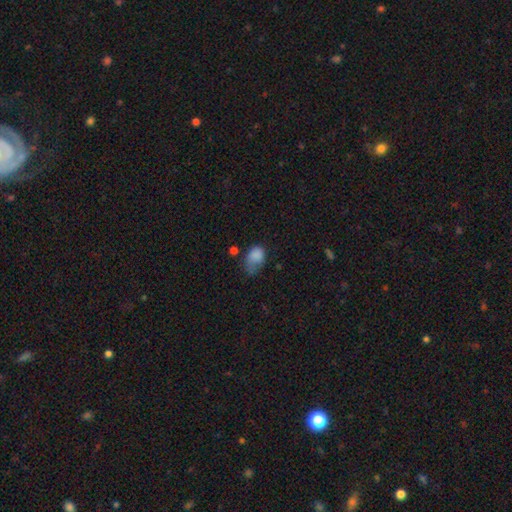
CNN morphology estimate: A smooth galaxy with no disk features (81%) that is in between round and cigar-shaped (70%). Merging: minor disturbance (37%).